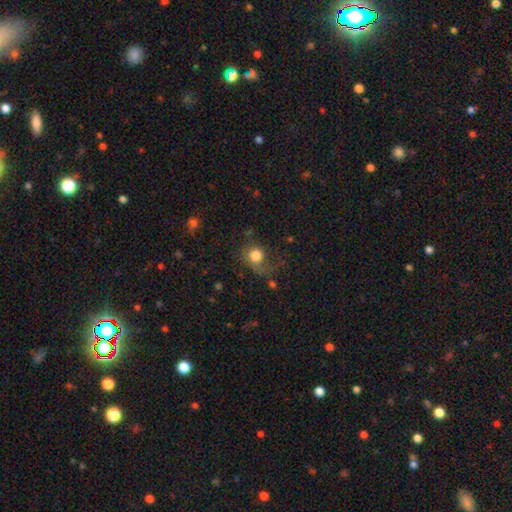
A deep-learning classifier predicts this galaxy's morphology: smooth 74%, featured or disk 16%, star or artifact 10%. Down the decision tree: how rounded — round (78%); merging — none (40%).